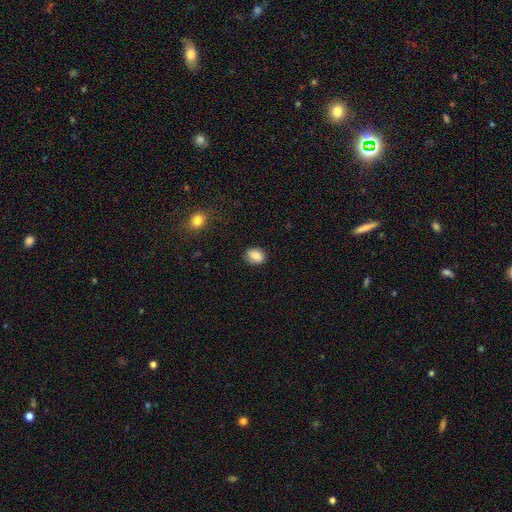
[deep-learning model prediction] Overall: smooth (84%). How rounded: in between (65%; round 34%). Merging: none (84%).